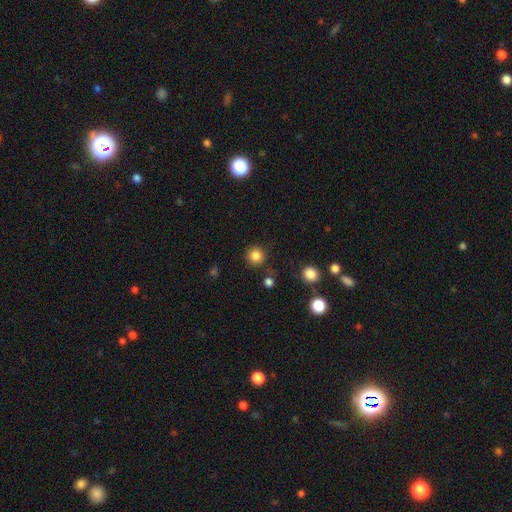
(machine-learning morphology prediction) Smooth or featured: smooth — 84% (star or artifact — 12%)
How rounded: round — 94% (in between — 5%)
Merging: none — 87% (minor disturbance — 8%)